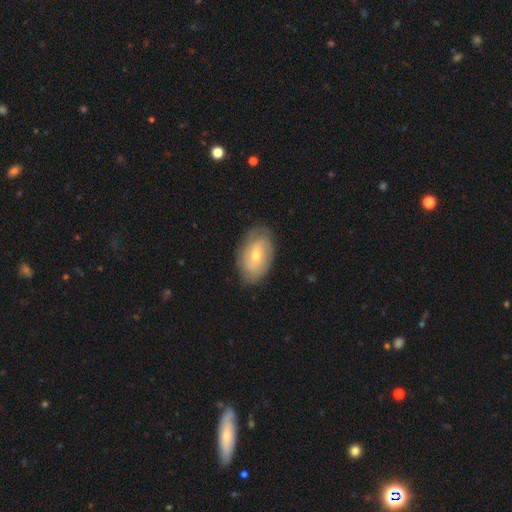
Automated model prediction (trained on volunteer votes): Smooth or featured?
  - smooth: 47% *
  - featured or disk: 46%
  - star or artifact: 7%
Merging?
  - none: 80% *
  - minor disturbance: 15%
  - major disturbance: 4%
  - merger: 1%